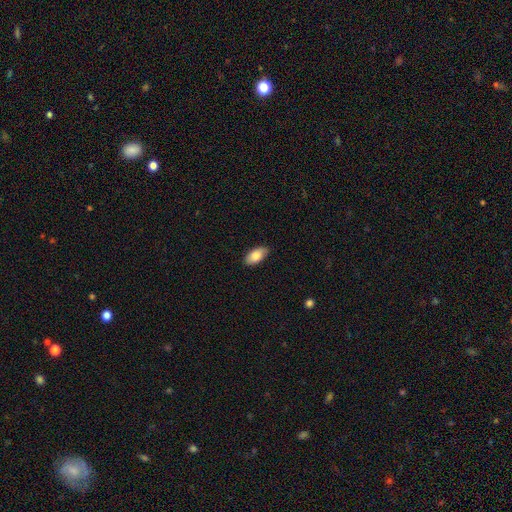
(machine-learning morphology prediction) Overall: smooth (85%). How rounded: in between (93%). Merging: none (84%).